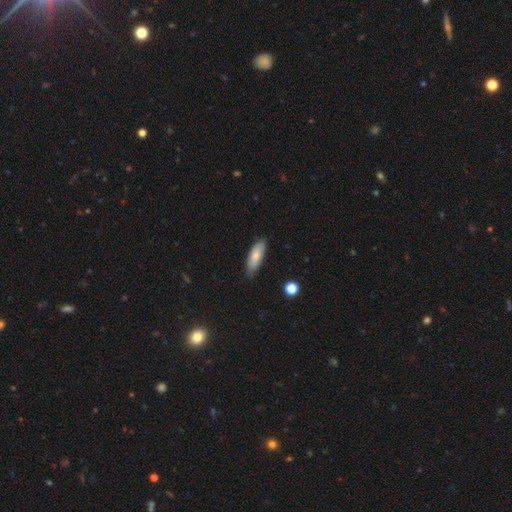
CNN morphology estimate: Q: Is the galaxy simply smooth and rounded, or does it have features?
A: smooth — 79%.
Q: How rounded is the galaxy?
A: in between — 59%.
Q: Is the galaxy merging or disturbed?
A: none — 83%.